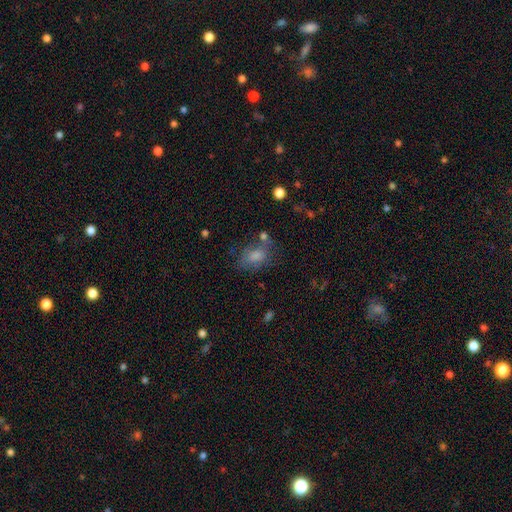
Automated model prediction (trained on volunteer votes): smooth_or_featured: smooth (p=0.75) [alt: featured or disk p=0.14]
how_rounded: in between (p=0.79) [alt: round p=0.19]
merging: none (p=0.54) [alt: minor disturbance p=0.22]